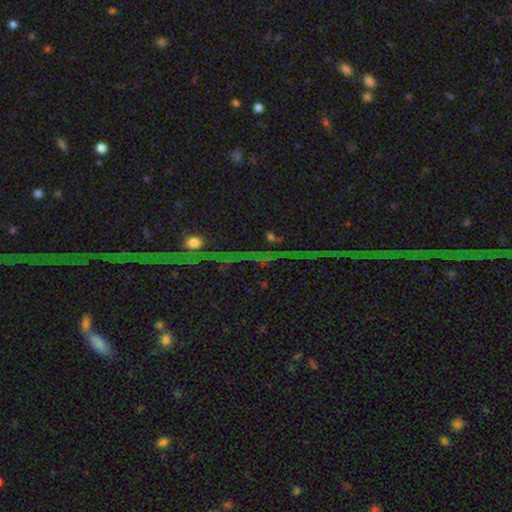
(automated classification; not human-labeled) This is likely a star or artifact rather than a galaxy (76%).